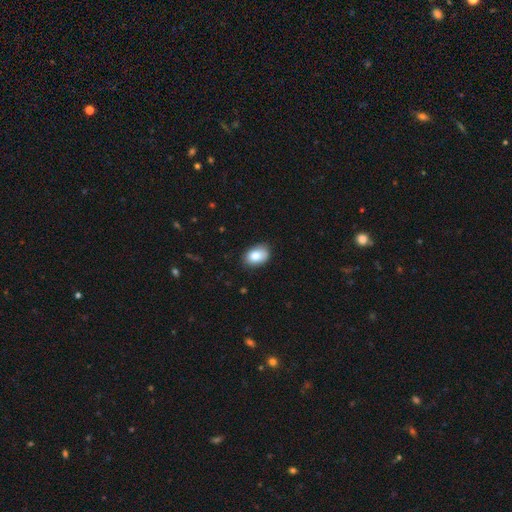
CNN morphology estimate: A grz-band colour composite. It shows a smooth galaxy with no disk features (84%) that is in between round and cigar-shaped (81%). Merging: none (82%).